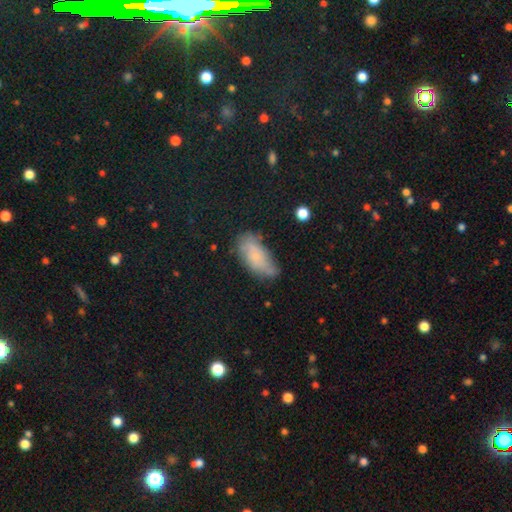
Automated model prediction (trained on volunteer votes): smooth_or_featured: smooth (p=0.66) [alt: featured or disk p=0.24]
how_rounded: in between (p=0.87) [alt: cigar-shaped p=0.10]
merging: none (p=0.55) [alt: minor disturbance p=0.31]